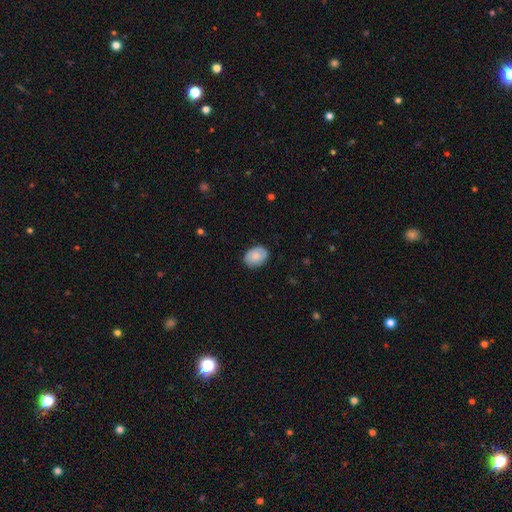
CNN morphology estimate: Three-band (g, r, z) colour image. It shows a smooth galaxy with no disk features (78%) that is in between round and cigar-shaped (73%). Merging: none (84%).